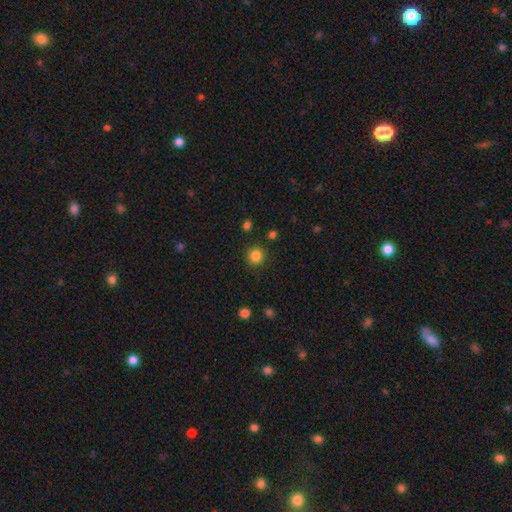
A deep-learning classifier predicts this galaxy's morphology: This appears to be a smooth galaxy with no disk features (84%) that is round (91%). Merging: none (89%).